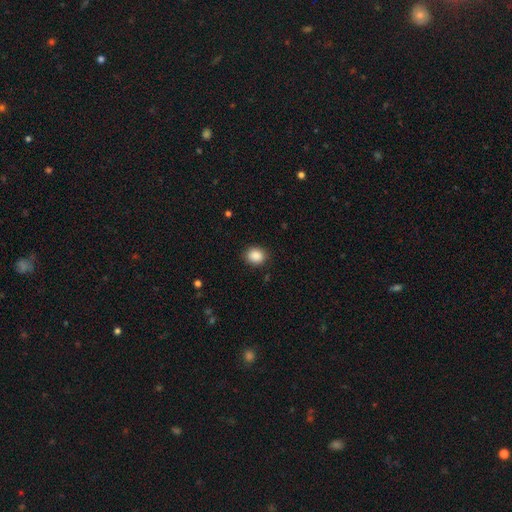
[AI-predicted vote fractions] Smooth or featured: smooth — 88% (star or artifact — 9%)
How rounded: round — 67% (in between — 32%)
Merging: none — 87% (minor disturbance — 9%)